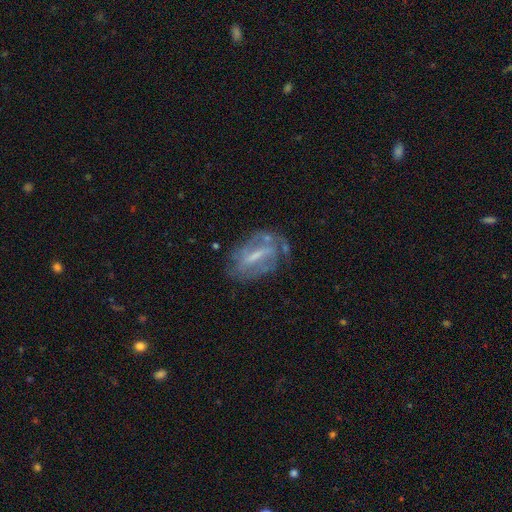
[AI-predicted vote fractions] Morphology: type=featured or disk (75%); edge-on=no (91%); bar=strong (49%); spiral arms=yes (77%); winding=tight (45%); arm count=2 (43%); bulge=small (48%); merging=none (60%).